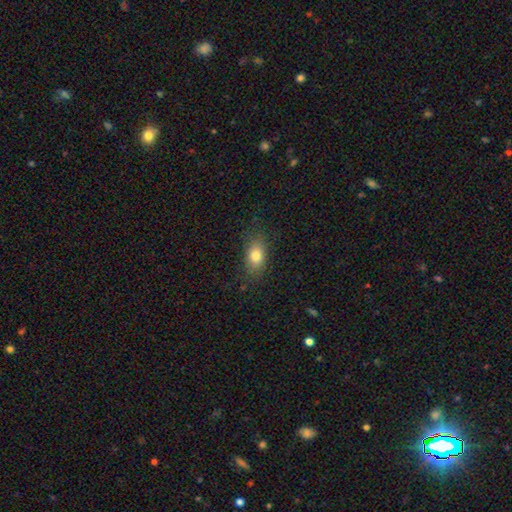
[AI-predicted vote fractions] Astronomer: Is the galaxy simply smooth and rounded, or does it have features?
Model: smooth — 80%.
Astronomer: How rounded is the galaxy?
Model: in between — 82%.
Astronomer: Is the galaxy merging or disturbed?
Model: none — 80%.